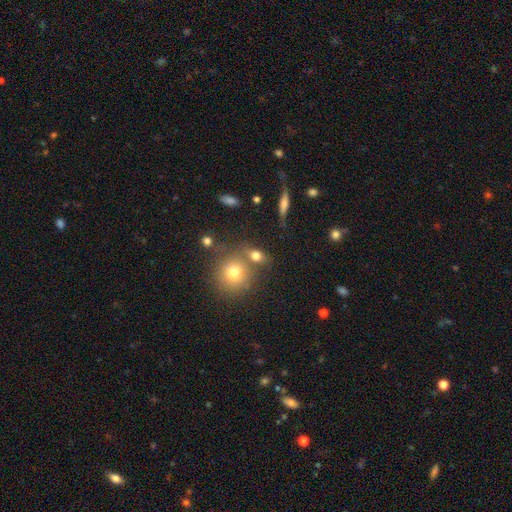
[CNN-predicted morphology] Smooth or featured? smooth (73%)
How rounded? in between (56%)
Merging? none (55%)